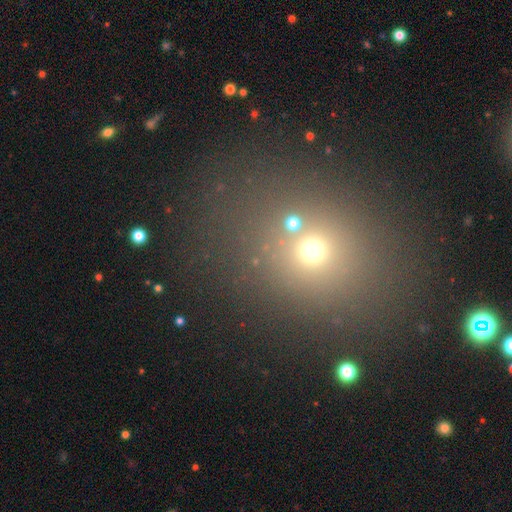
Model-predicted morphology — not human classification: Smooth or featured: smooth — 53% (star or artifact — 37%)
How rounded: round — 61% (in between — 38%)
Merging: none — 79% (minor disturbance — 9%)